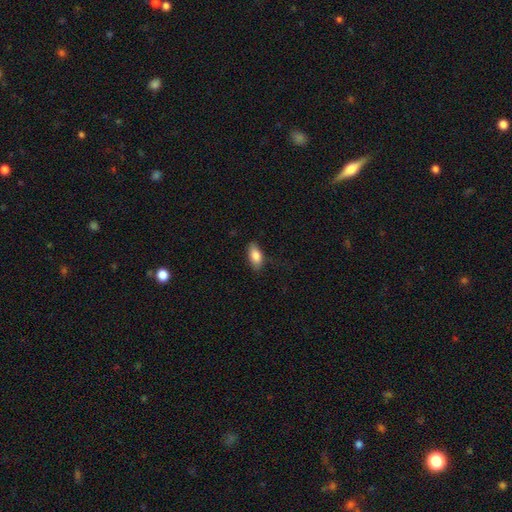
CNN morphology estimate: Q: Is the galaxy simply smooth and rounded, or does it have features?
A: smooth — 84%.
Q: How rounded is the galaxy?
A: in between — 87%.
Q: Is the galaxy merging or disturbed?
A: none — 81%.